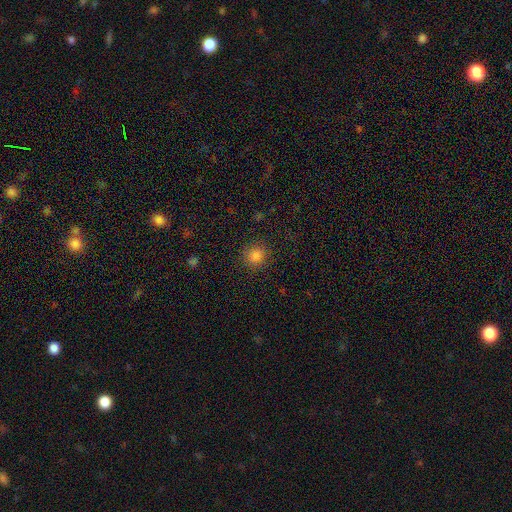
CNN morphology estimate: This is clearly a smooth galaxy (84%). How rounded: clearly round (90%). Merging: clearly none (88%).